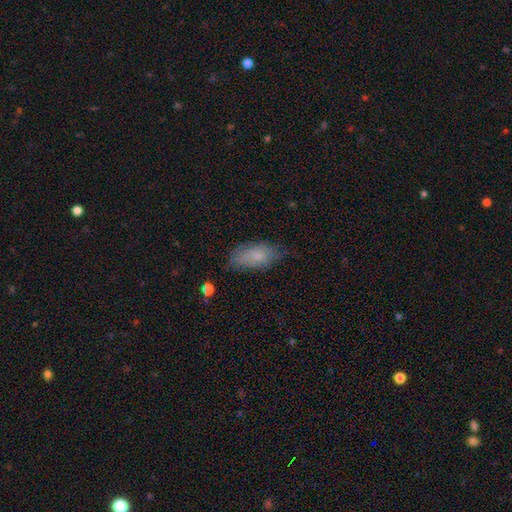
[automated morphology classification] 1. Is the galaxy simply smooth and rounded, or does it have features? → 78% smooth, 15% featured or disk, 7% star or artifact.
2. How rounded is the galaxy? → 89% in between, 8% cigar-shaped, 3% round.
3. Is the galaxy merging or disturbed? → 66% none, 26% minor disturbance, 7% major disturbance, 2% merger.